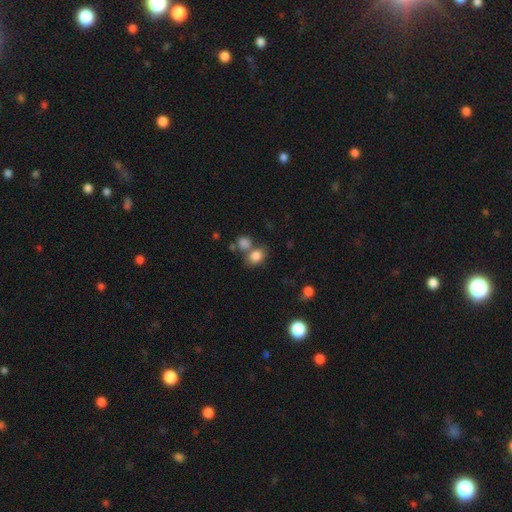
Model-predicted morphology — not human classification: Q: Smooth or featured?
A: smooth (82%); runner-up: star or artifact (11%)
Q: How rounded?
A: round (50%); runner-up: in between (49%)
Q: Merging?
A: none (53%); runner-up: merger (30%)